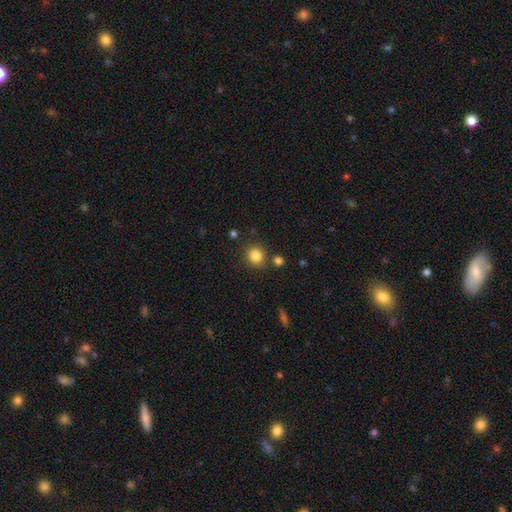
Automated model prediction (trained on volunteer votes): This appears to be a smooth galaxy with no disk features (84%) that is round (86%). Merging: none (82%).